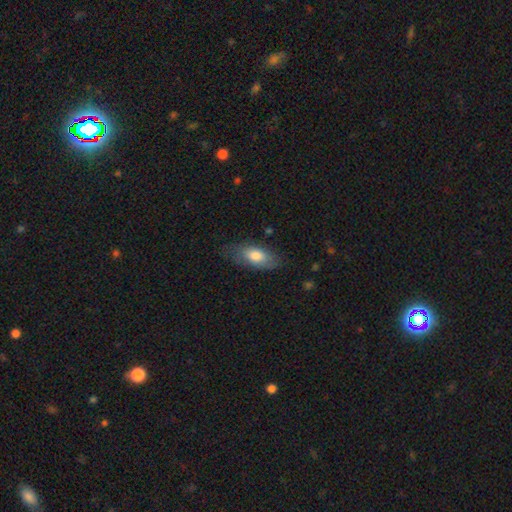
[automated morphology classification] A smooth galaxy with no disk features (75%) that is in between round and cigar-shaped (86%). Merging: none (68%).